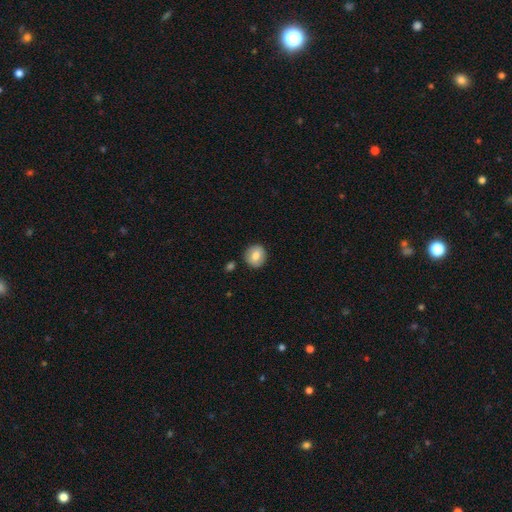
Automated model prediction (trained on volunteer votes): Smooth or featured: smooth — 74% (featured or disk — 18%)
How rounded: round — 85% (in between — 14%)
Merging: none — 87% (minor disturbance — 8%)